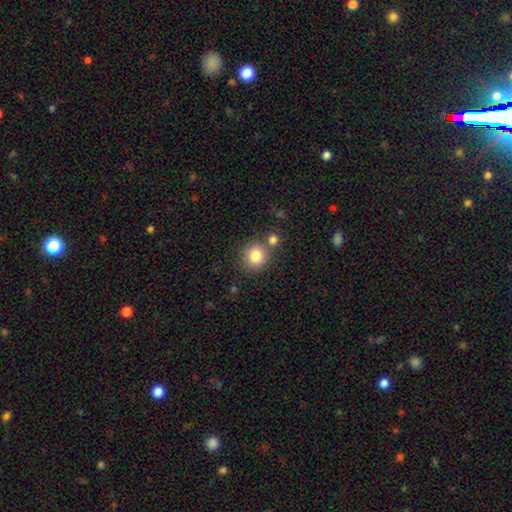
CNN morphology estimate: smooth_or_featured: smooth (p=0.82) [alt: star or artifact p=0.10]
how_rounded: round (p=0.90) [alt: in between p=0.09]
merging: none (p=0.69) [alt: merger p=0.19]